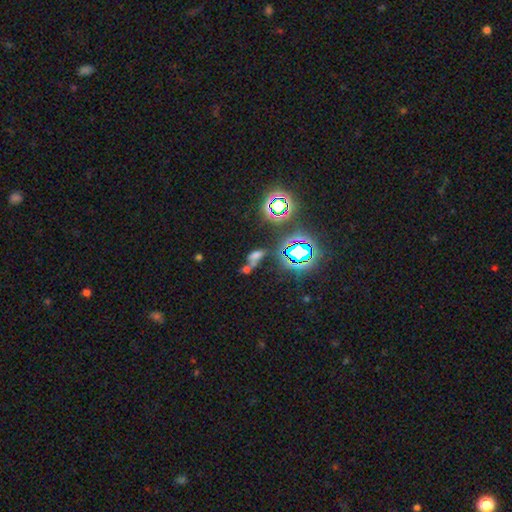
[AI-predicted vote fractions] Morphology: type=smooth (43%); merging=merger (47%).